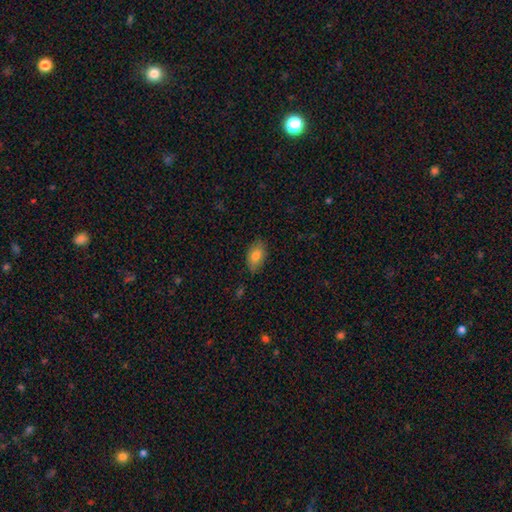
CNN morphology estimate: type=smooth (80%); roundness=in between (92%); merging=none (80%).